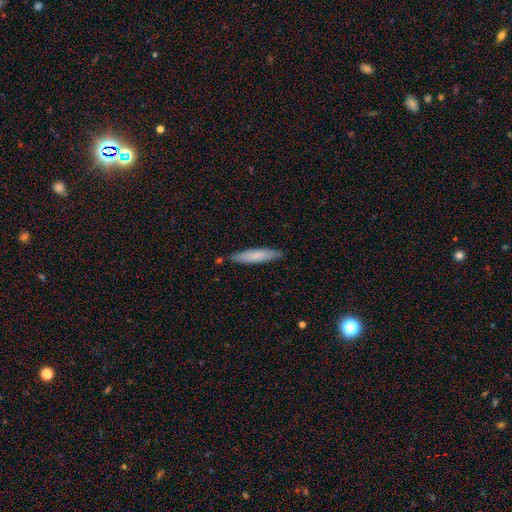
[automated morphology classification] type=smooth (76%); roundness=cigar-shaped (85%); merging=none (84%).